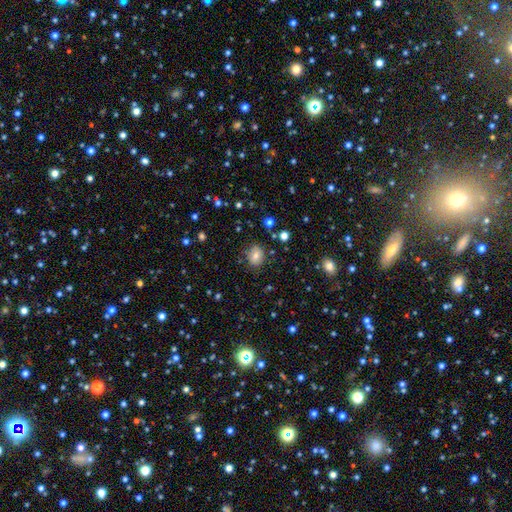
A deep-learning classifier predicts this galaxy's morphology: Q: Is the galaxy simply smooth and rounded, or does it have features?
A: smooth — 73%.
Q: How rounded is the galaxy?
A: round — 57%.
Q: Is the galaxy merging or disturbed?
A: none — 81%.